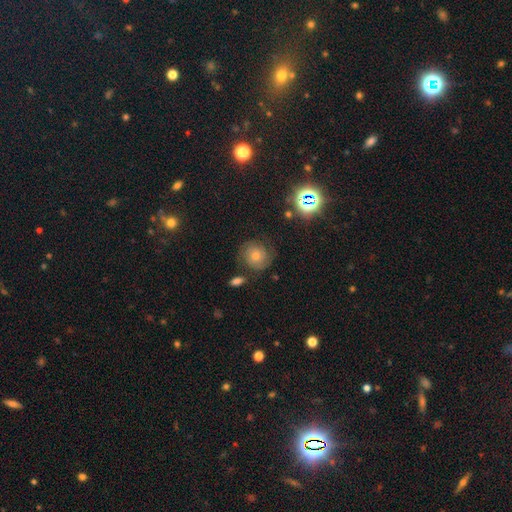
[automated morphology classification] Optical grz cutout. It shows a featured or disk galaxy (45%). Merging: none (78%).